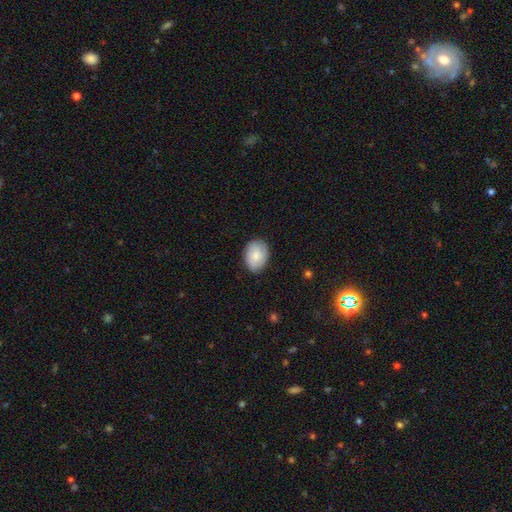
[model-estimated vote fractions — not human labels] smooth 77%, featured or disk 17%, star or artifact 6%. Down the decision tree: how rounded — in between (74%); merging — none (82%).